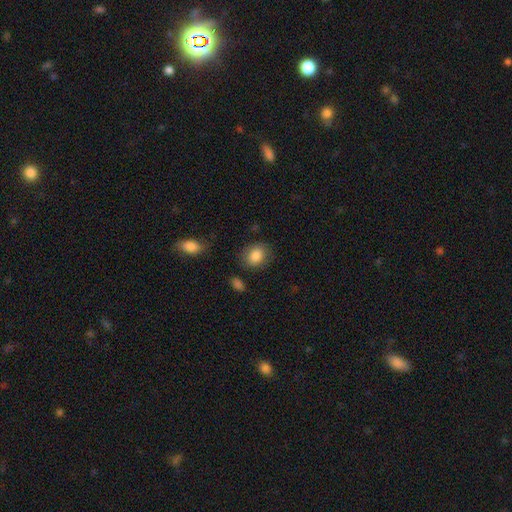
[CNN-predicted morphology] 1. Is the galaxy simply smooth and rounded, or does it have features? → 86% smooth, 8% star or artifact, 6% featured or disk.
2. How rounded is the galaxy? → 58% in between, 41% round, 1% cigar-shaped.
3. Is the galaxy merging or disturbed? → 78% none, 14% minor disturbance, 5% major disturbance, 3% merger.